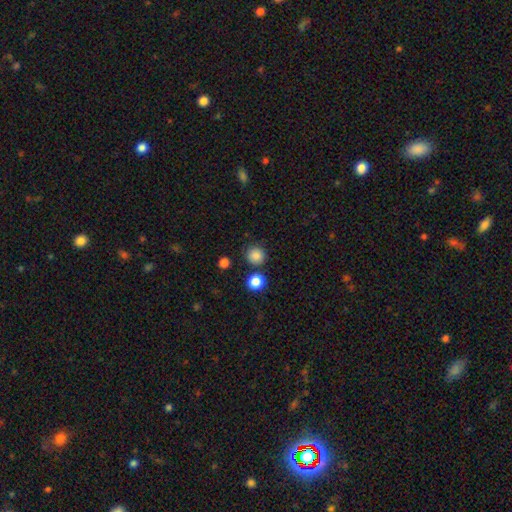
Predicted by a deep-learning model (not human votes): Smooth or featured: smooth — 85% (star or artifact — 11%)
How rounded: round — 92% (in between — 7%)
Merging: none — 83% (minor disturbance — 8%)